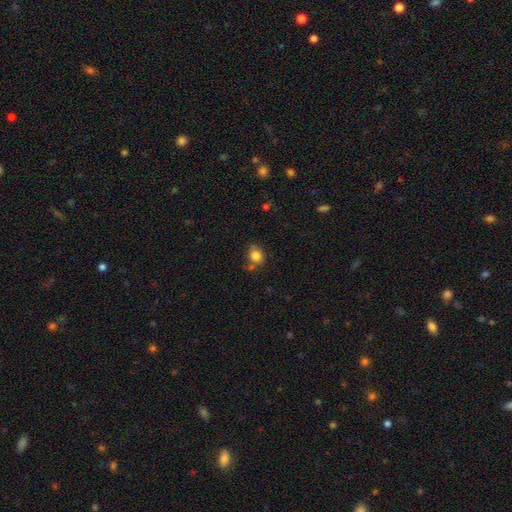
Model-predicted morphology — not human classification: type=smooth (83%); roundness=round (62%); merging=none (65%).